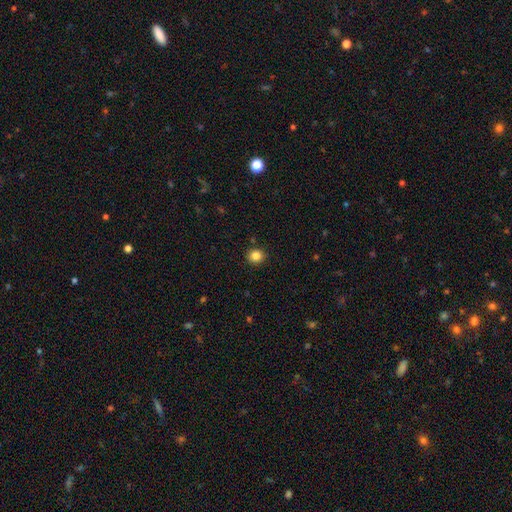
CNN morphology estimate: smooth-or-featured: smooth: 84% | star or artifact: 11% | featured or disk: 5%
  how-rounded: round: 84% | in between: 15% | cigar-shaped: 1%
  merging: none: 91% | minor disturbance: 6% | major disturbance: 2% | merger: 2%